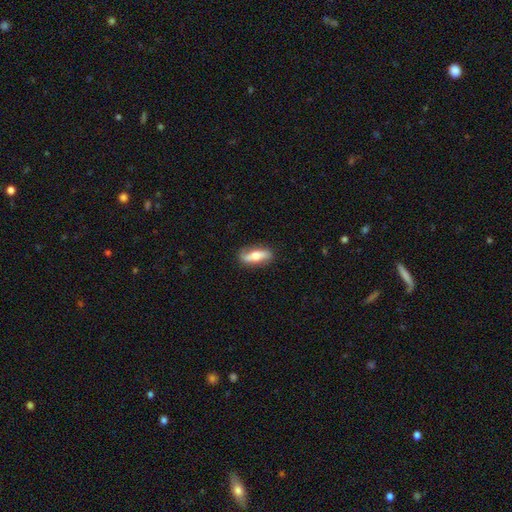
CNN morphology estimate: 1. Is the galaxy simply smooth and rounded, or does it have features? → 48% featured or disk, 46% smooth, 6% star or artifact.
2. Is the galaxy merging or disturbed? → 82% none, 13% minor disturbance, 3% major disturbance, 1% merger.